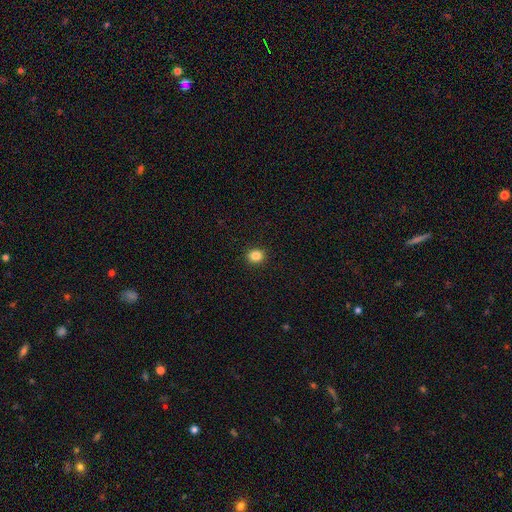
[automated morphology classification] A smooth galaxy with no disk features (85%) that is round (76%).

Vote fractions:
- Smooth or featured? smooth: 85% / star or artifact: 11% / featured or disk: 4%
- How rounded? round: 76% / in between: 23% / cigar-shaped: 1%
- Merging? none: 92% / minor disturbance: 5% / major disturbance: 2% / merger: 1%